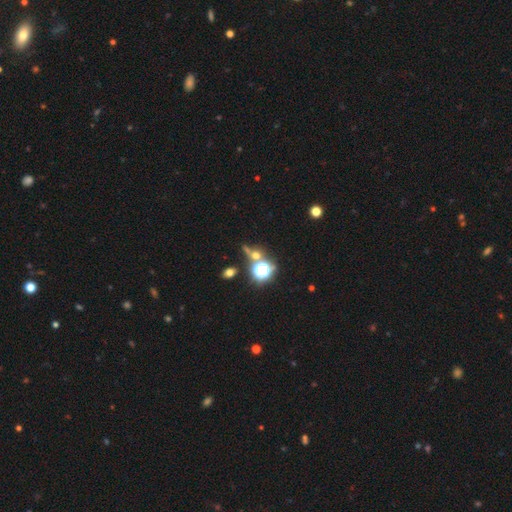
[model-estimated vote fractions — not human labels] Smooth or featured? Predicted: star or artifact (p=0.48).